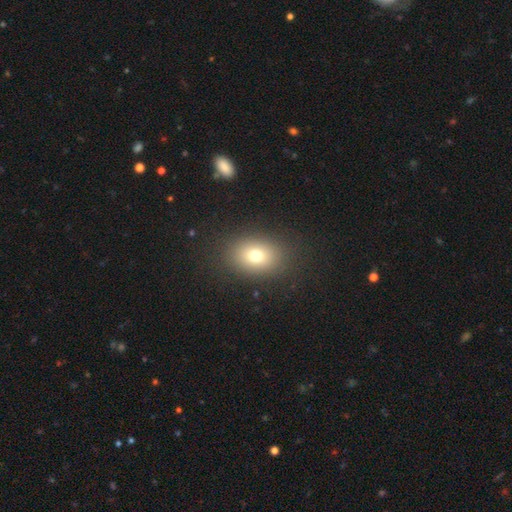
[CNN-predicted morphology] This is likely a smooth galaxy (74%). How rounded: likely in between (61%). Merging: clearly none (86%).